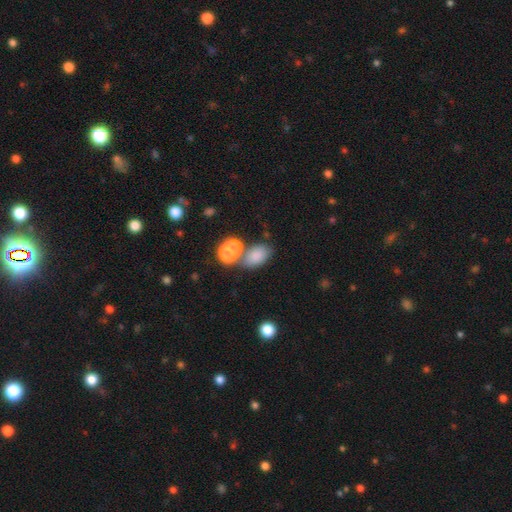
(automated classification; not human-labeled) A smooth galaxy with no disk features (76%) that is in between round and cigar-shaped (83%). Merging: none (46%).